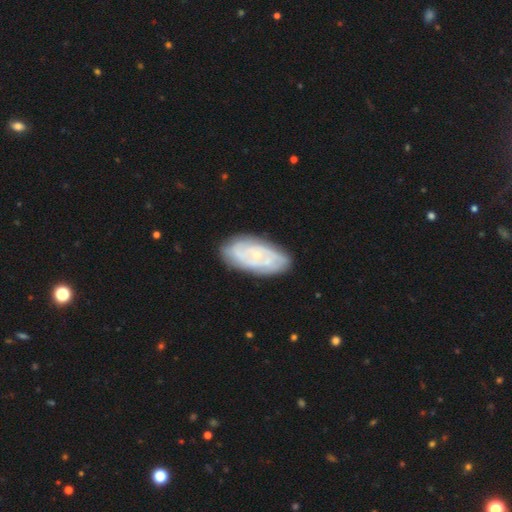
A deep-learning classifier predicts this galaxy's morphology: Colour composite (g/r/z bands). It shows a featured or disk galaxy (71%) with no bar (75%), tight (69%) spiral arms (86%) and a small central bulge (77%). Merging: none (81%).